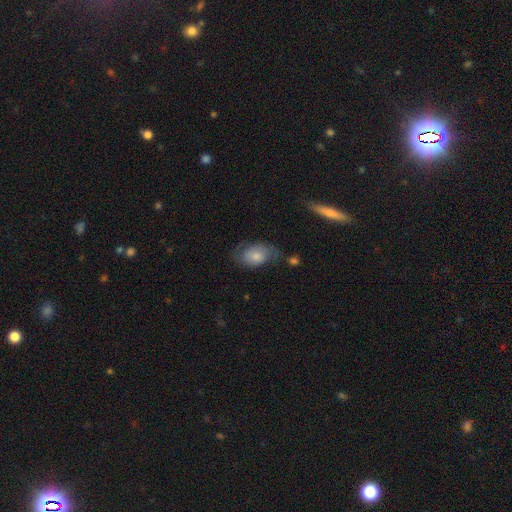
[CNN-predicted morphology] A smooth galaxy with no disk features (64%) that is in between round and cigar-shaped (85%). Merging: none (47%).